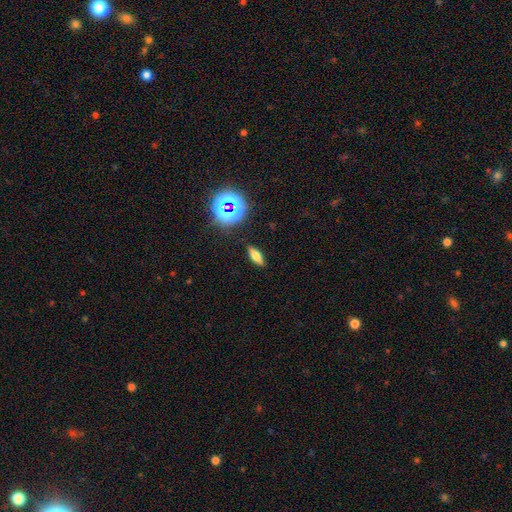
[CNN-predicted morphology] A smooth galaxy with no disk features (64%) that is in between round and cigar-shaped (59%). Merging: none (87%).